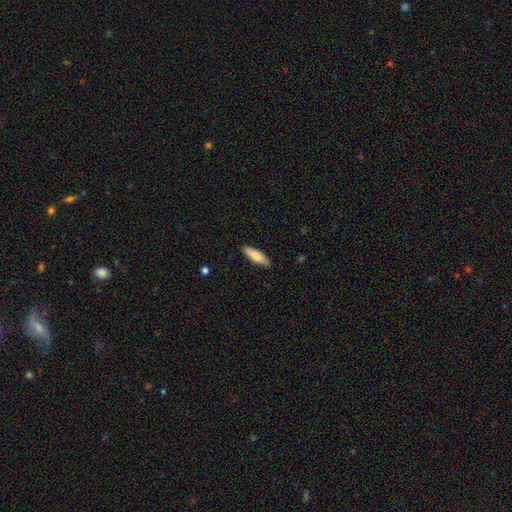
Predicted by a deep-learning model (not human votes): A smooth galaxy with no disk features (82%) that is cigar-shaped (55%).

Vote fractions:
- Smooth or featured? smooth: 82% / featured or disk: 12% / star or artifact: 6%
- How rounded? cigar-shaped: 55% / in between: 44% / round: 2%
- Merging? none: 88% / minor disturbance: 9% / major disturbance: 2% / merger: 1%